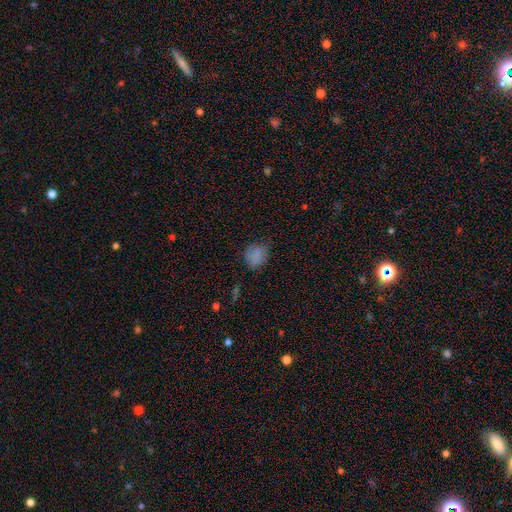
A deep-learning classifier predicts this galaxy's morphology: type=smooth (76%); roundness=round (66%); merging=none (66%).